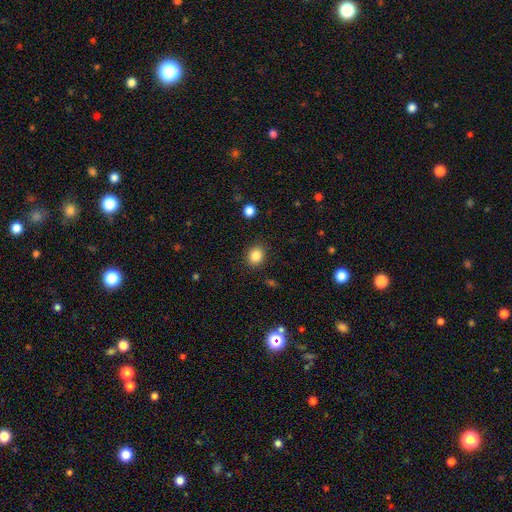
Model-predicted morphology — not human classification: Overall: smooth (85%). How rounded: round (68%; in between 31%). Merging: none (88%).